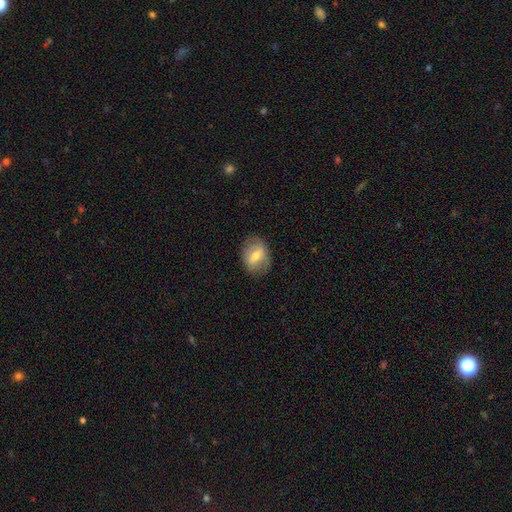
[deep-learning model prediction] Smooth or featured?
  - smooth: 55% *
  - featured or disk: 37%
  - star or artifact: 8%
How rounded?
  - in between: 66% *
  - round: 32%
  - cigar-shaped: 2%
Merging?
  - none: 80% *
  - minor disturbance: 14%
  - major disturbance: 5%
  - merger: 1%